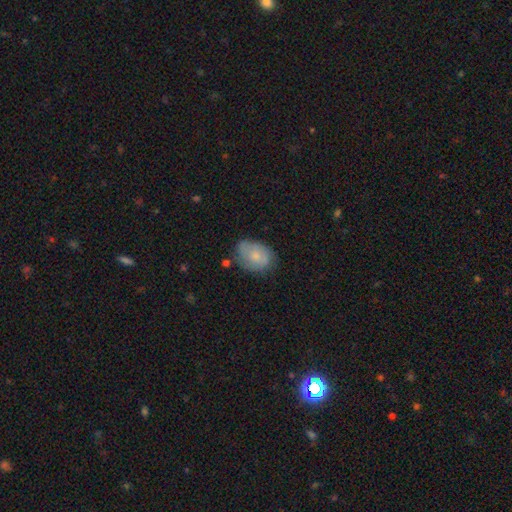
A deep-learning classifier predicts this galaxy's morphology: Smooth or featured: smooth — 69% (featured or disk — 24%)
How rounded: in between — 72% (round — 27%)
Merging: none — 60% (minor disturbance — 29%)